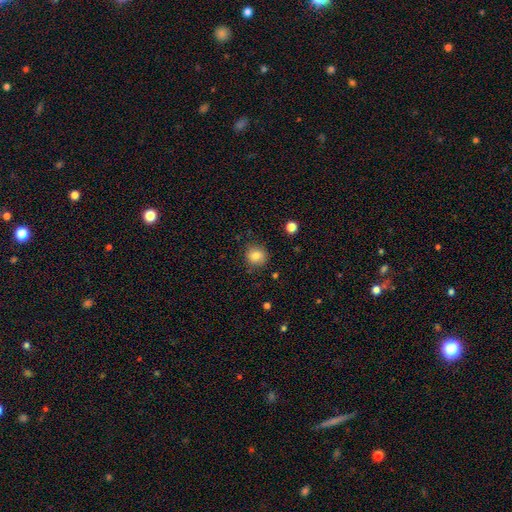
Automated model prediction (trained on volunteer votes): Smooth or featured? smooth (82%)
How rounded? round (88%)
Merging? none (86%)